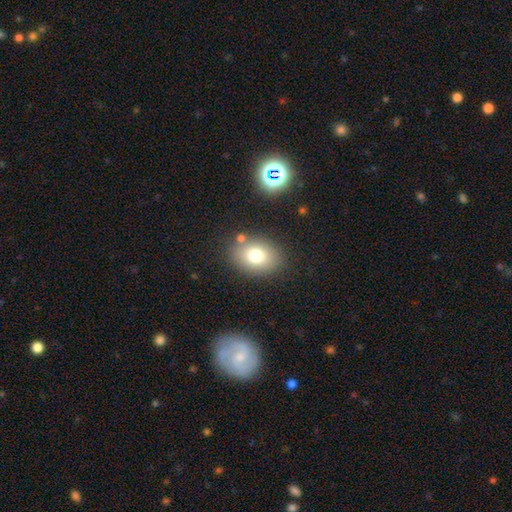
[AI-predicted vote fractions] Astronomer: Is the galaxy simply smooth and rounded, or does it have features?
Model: smooth — 76%.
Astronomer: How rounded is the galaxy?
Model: in between — 67%.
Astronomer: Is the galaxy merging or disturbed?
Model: none — 80%.